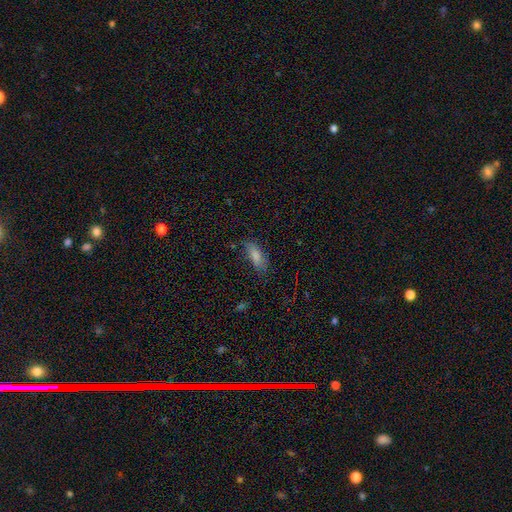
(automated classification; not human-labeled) A smooth galaxy with no disk features (81%) that is in between round and cigar-shaped (73%). Merging: none (61%).